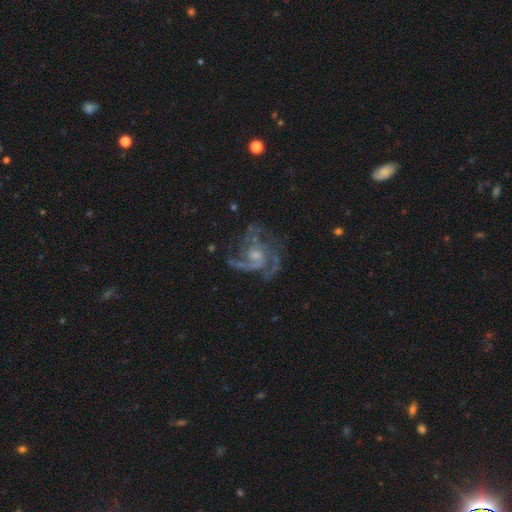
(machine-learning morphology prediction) smooth-or-featured: featured or disk: 88% | star or artifact: 7% | smooth: 5%
  disk-edge-on: no: 98% | yes: 2%
    bar: no: 61% | weak: 33% | strong: 6%
    has-spiral-arms: yes: 97% | no: 3%
      spiral-winding: medium: 52% | tight: 33% | loose: 16%
      spiral-arm-count: 3: 41% | 2: 23% | can't tell: 13% | 4: 10% | 1: 7% | more than 4: 6%
    bulge-size: small: 53% | moderate: 35% | none: 8% | large: 3% | dominant: 1%
  merging: none: 61% | major disturbance: 19% | minor disturbance: 17% | merger: 2%